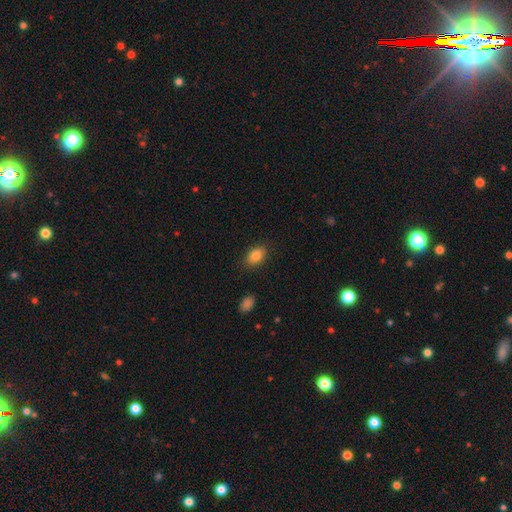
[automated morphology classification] Smooth or featured: smooth — 84% (star or artifact — 8%)
How rounded: in between — 88% (round — 10%)
Merging: none — 85% (minor disturbance — 11%)